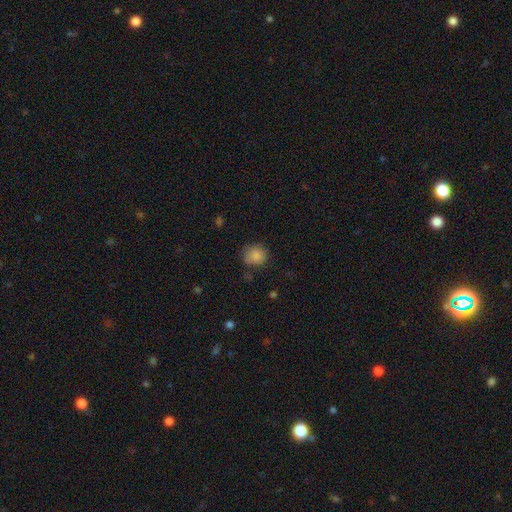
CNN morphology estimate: Smooth or featured? smooth (86%)
How rounded? round (80%)
Merging? none (74%)